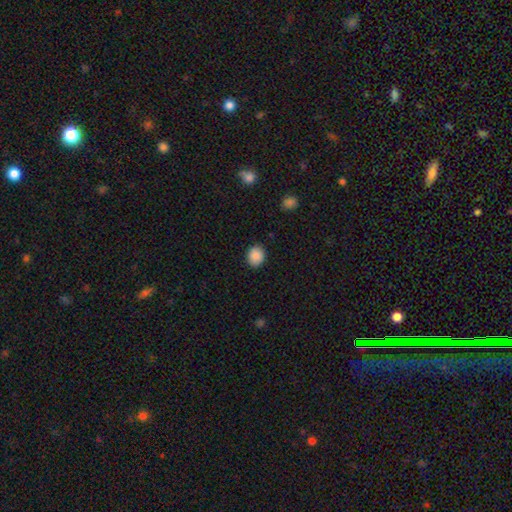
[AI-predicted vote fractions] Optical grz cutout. It shows a smooth galaxy with no disk features (89%) that is round (62%). Merging: none (89%).